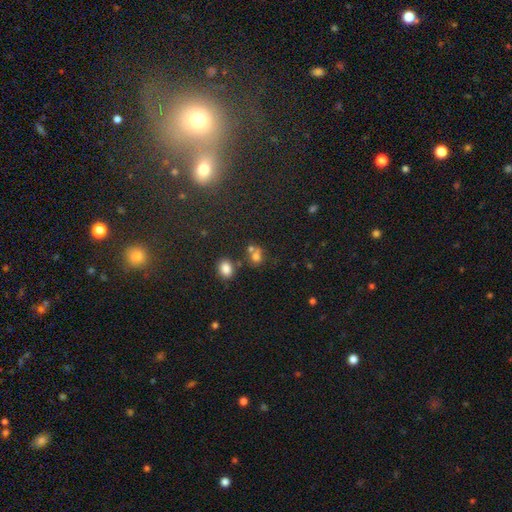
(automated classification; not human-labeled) Smooth or featured? smooth (69%)
How rounded? round (66%)
Merging? none (44%)